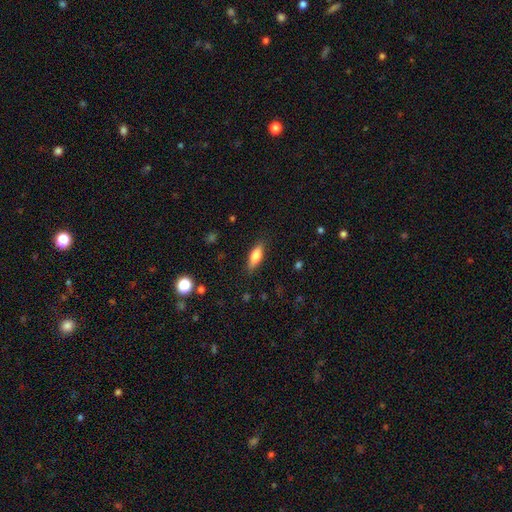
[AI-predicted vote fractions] Smooth or featured? smooth (70%)
How rounded? in between (63%)
Merging? none (86%)